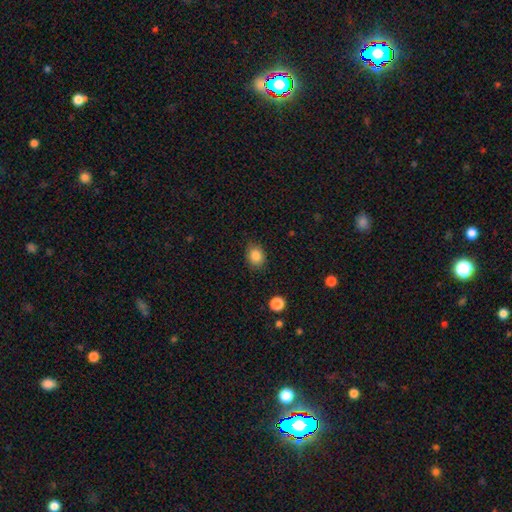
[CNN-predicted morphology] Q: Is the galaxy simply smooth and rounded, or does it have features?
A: smooth — 85%.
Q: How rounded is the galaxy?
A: round — 51%.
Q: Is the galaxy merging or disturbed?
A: none — 85%.